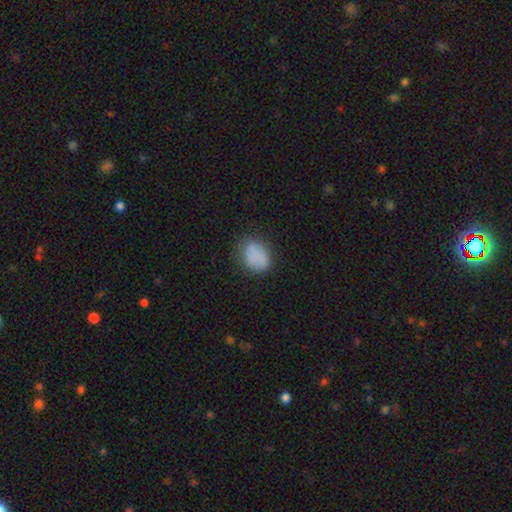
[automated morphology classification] Smooth or featured: smooth — 82% (star or artifact — 10%)
How rounded: in between — 61% (round — 38%)
Merging: none — 66% (minor disturbance — 24%)